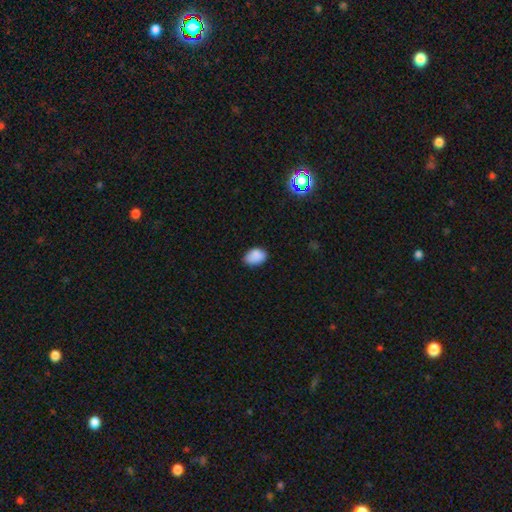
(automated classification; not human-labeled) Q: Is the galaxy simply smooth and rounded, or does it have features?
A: smooth — 87%.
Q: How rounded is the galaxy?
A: in between — 84%.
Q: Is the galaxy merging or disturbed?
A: none — 74%.